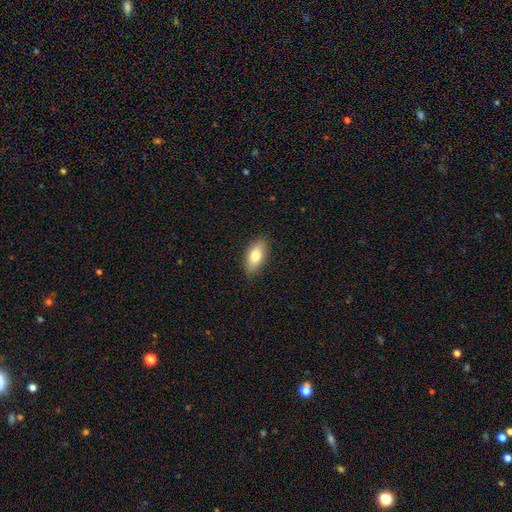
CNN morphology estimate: Q: Smooth or featured?
A: smooth (75%); runner-up: featured or disk (18%)
Q: How rounded?
A: in between (87%); runner-up: cigar-shaped (9%)
Q: Merging?
A: none (87%); runner-up: minor disturbance (10%)